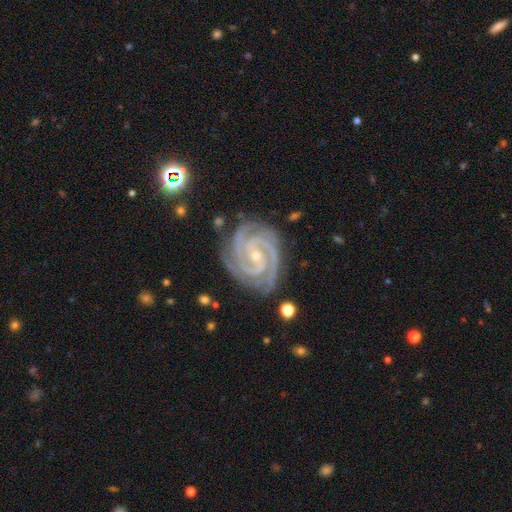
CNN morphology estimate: featured or disk 94%, star or artifact 4%, smooth 2%. Down the decision tree: edge-on disk — no (98%); bar — no (50%); spiral arms — yes (99%); spiral arm count — 3 (42%); spiral winding — tight (81%); bulge size — small (75%); merging — none (80%).